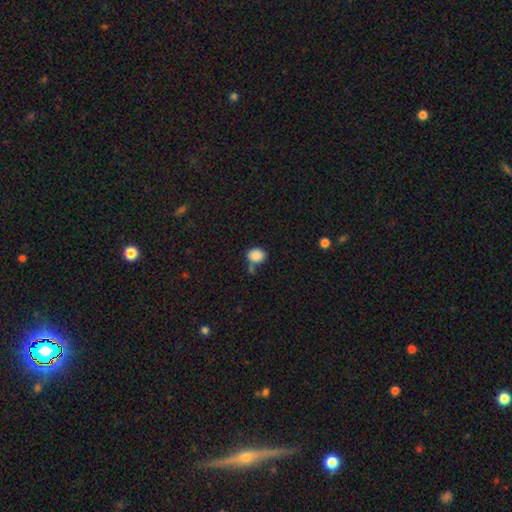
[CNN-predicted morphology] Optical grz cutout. It shows a smooth galaxy with no disk features (87%) that is round (60%). Merging: none (59%).